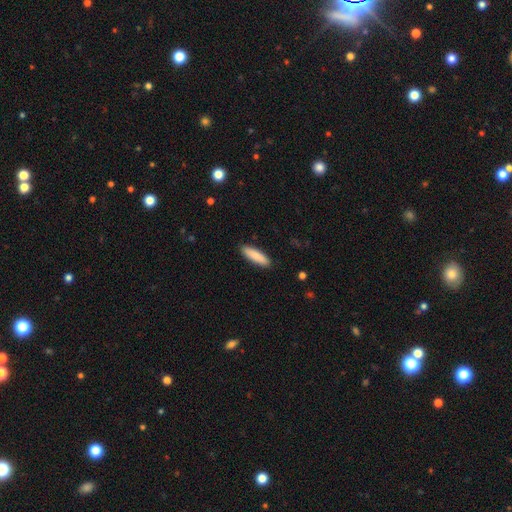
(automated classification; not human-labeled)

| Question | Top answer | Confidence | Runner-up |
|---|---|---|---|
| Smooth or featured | smooth | 87% | featured or disk (8%) |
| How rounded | cigar-shaped | 63% | in between (36%) |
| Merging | none | 90% | minor disturbance (7%) |